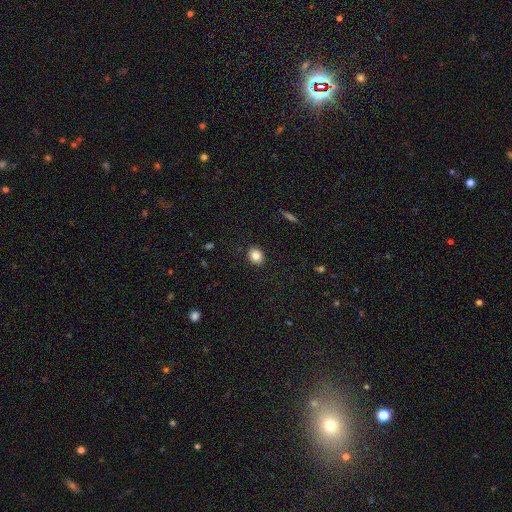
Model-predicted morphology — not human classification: Overall: smooth (83%). How rounded: round (58%; in between 41%). Merging: none (89%).